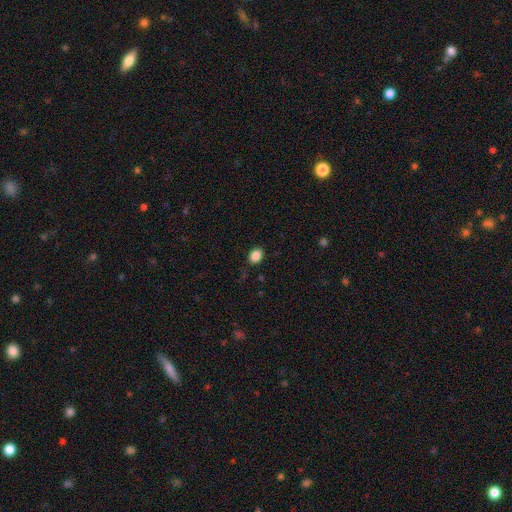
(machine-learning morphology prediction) This is clearly a smooth galaxy (86%). How rounded: possibly in between (57%). Merging: clearly none (87%).